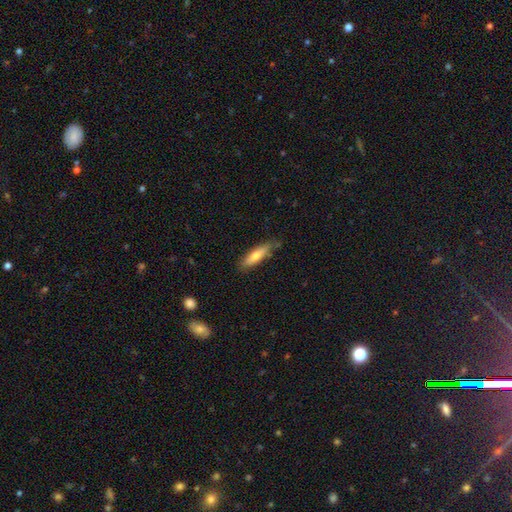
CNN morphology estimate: The model was most divided on "how rounded": cigar-shaped: 69%, in between: 29%, round: 2%. More confident: merging — none (76%); smooth or featured — smooth (69%).